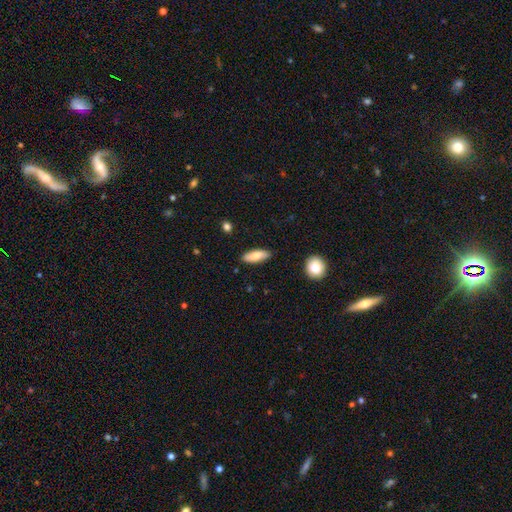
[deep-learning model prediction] This appears to be a smooth galaxy with no disk features (80%) that is in between round and cigar-shaped (63%). Merging: none (85%).